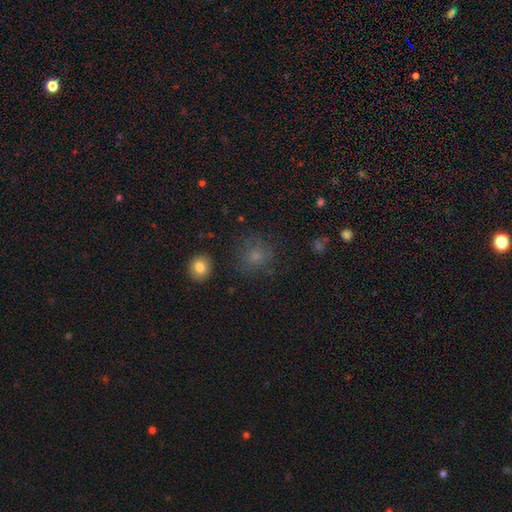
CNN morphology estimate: smooth_or_featured: smooth (p=0.67) [alt: star or artifact p=0.21]
how_rounded: round (p=0.86) [alt: in between p=0.13]
merging: none (p=0.76) [alt: minor disturbance p=0.14]